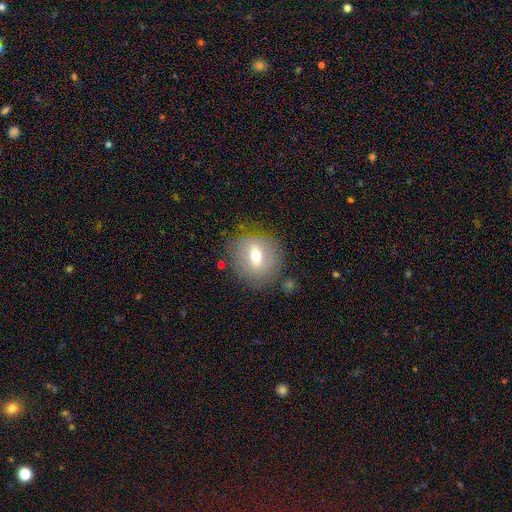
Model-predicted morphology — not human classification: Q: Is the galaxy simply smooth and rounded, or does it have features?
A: smooth — 54%.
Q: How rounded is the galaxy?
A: round — 77%.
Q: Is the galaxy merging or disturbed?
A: none — 75%.